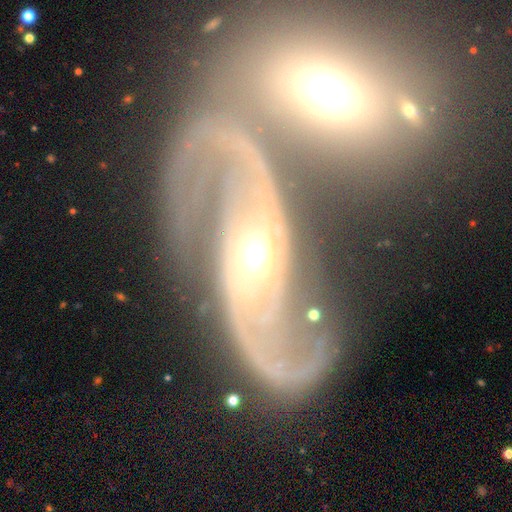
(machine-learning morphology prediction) type=featured or disk (89%); edge-on=no (93%); bar=no (57%); spiral arms=yes (92%); winding=medium (40%); arm count=2 (78%); bulge=moderate (66%); merging=merger (36%).